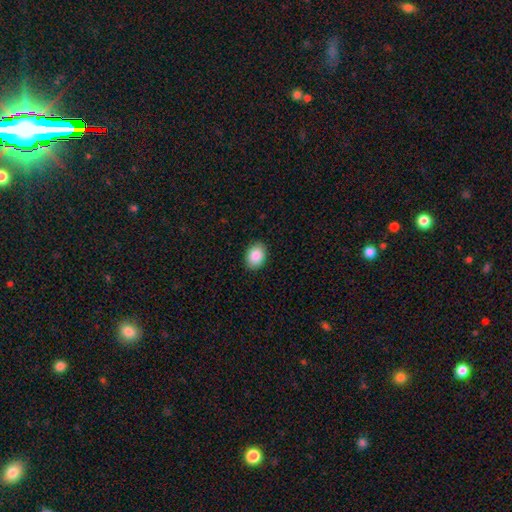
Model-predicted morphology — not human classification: smooth_or_featured: smooth (p=0.88) [alt: star or artifact p=0.07]
how_rounded: in between (p=0.78) [alt: round p=0.21]
merging: none (p=0.89) [alt: minor disturbance p=0.08]